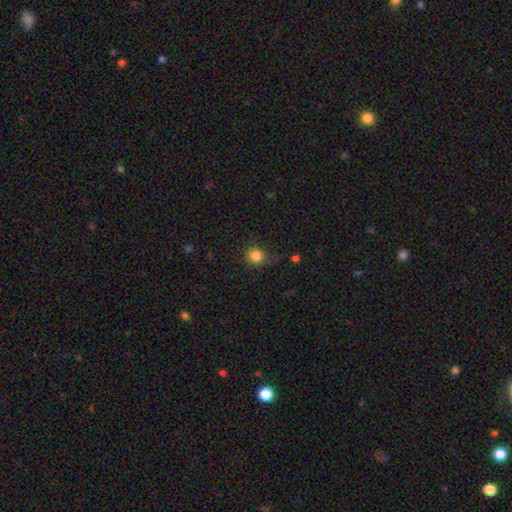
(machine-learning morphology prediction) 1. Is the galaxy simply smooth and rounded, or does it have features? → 84% smooth, 12% star or artifact, 4% featured or disk.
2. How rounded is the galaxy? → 84% round, 15% in between, 1% cigar-shaped.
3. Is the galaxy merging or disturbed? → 77% none, 15% minor disturbance, 5% major disturbance, 2% merger.